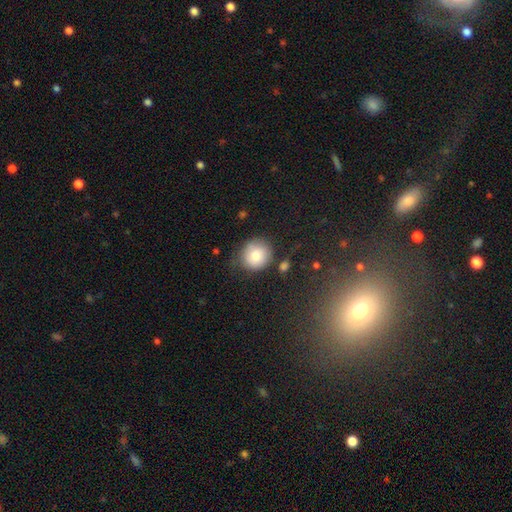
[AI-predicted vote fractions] smooth 81%, featured or disk 10%, star or artifact 9%. Down the decision tree: how rounded — round (86%); merging — none (72%).